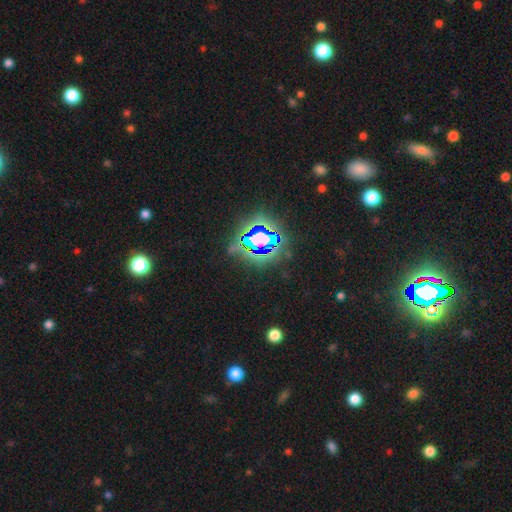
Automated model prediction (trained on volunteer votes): smooth_or_featured: star or artifact (p=0.77) [alt: smooth p=0.13]